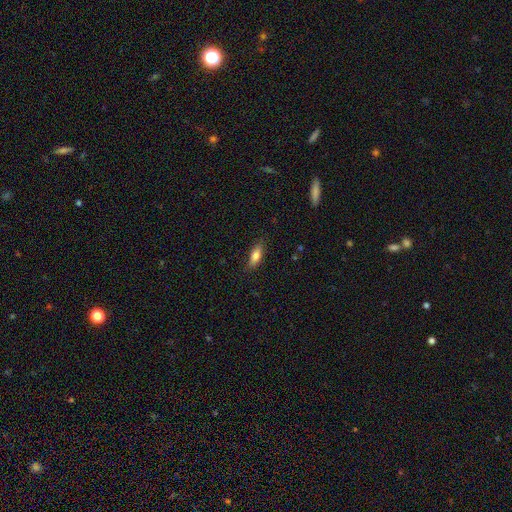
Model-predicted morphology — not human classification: Smooth or featured? smooth (79%)
How rounded? in between (68%)
Merging? none (84%)